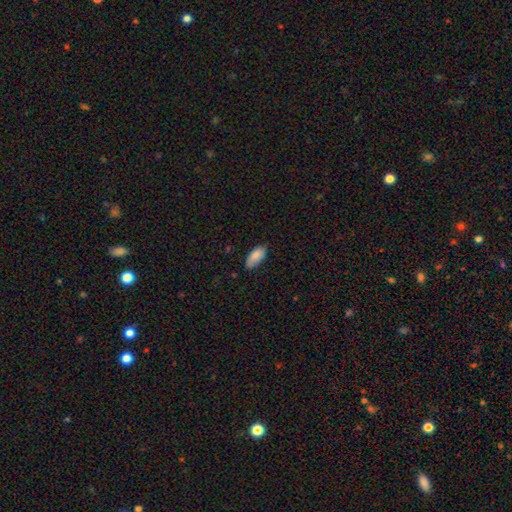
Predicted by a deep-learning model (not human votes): This is clearly a smooth galaxy (84%). How rounded: clearly in between (89%). Merging: likely none (73%).